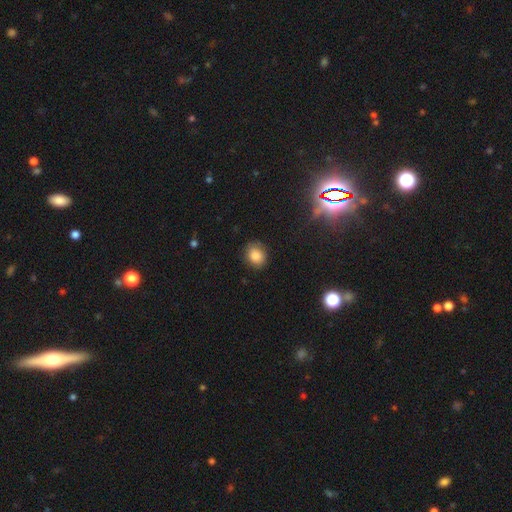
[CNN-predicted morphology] Smooth or featured?
  - smooth: 83% *
  - star or artifact: 10%
  - featured or disk: 7%
How rounded?
  - round: 64% *
  - in between: 35%
  - cigar-shaped: 1%
Merging?
  - none: 81% *
  - minor disturbance: 14%
  - major disturbance: 4%
  - merger: 1%